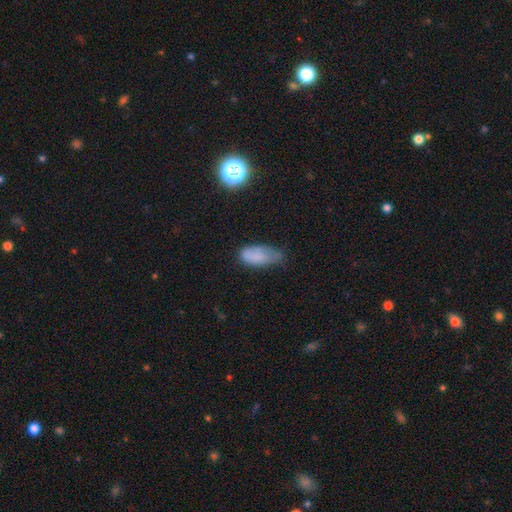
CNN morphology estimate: smooth 77%, featured or disk 12%, star or artifact 11%. Down the decision tree: how rounded — in between (89%); merging — minor disturbance (45%).